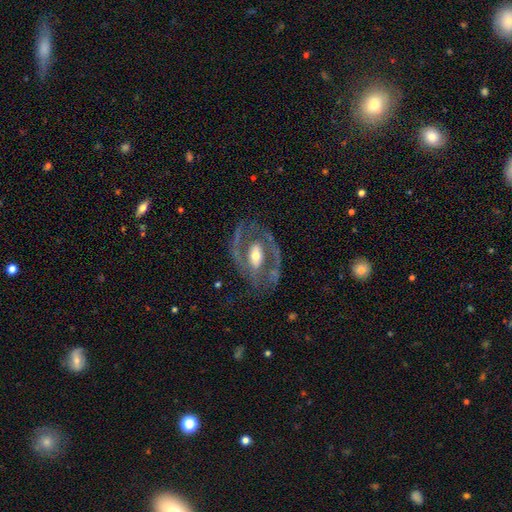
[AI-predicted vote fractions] Smooth or featured: featured or disk — 81% (smooth — 13%)
Edge-on disk: no — 93% (yes — 7%)
Bar: strong — 35% (weak — 34%)
Spiral arms: yes — 73% (no — 27%)
Spiral winding: medium — 48% (tight — 34%)
Spiral arm count: 2 — 79% (can't tell — 9%)
Bulge size: moderate — 64% (small — 22%)
Merging: none — 69% (minor disturbance — 16%)